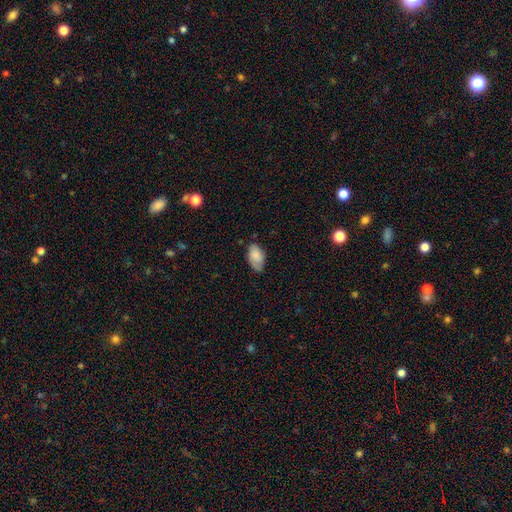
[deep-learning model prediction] smooth-or-featured: smooth: 77% | featured or disk: 16% | star or artifact: 7%
  how-rounded: in between: 94% | round: 4% | cigar-shaped: 2%
  merging: none: 61% | minor disturbance: 31% | major disturbance: 7% | merger: 2%